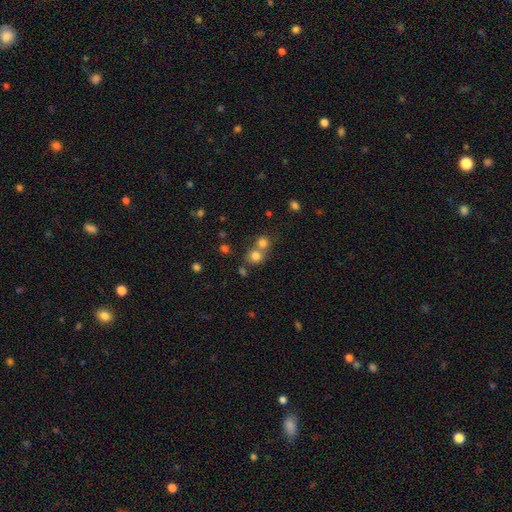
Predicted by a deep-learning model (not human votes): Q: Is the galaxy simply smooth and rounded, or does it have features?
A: smooth — 76%.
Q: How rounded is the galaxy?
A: round — 81%.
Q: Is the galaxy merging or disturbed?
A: merger — 47%.